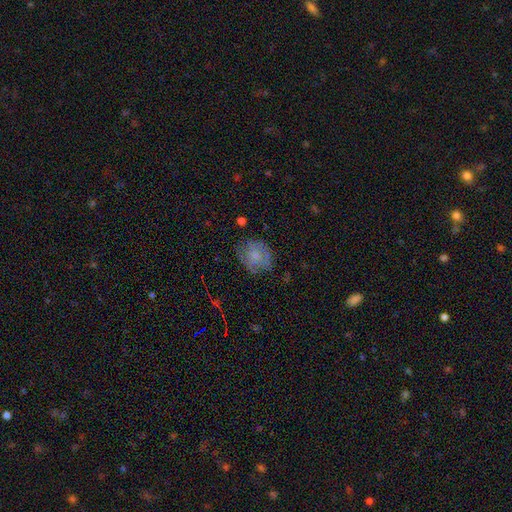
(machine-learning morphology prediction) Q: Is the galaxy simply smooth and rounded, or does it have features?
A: smooth — 60%.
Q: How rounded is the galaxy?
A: round — 64%.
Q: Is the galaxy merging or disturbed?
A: none — 65%.